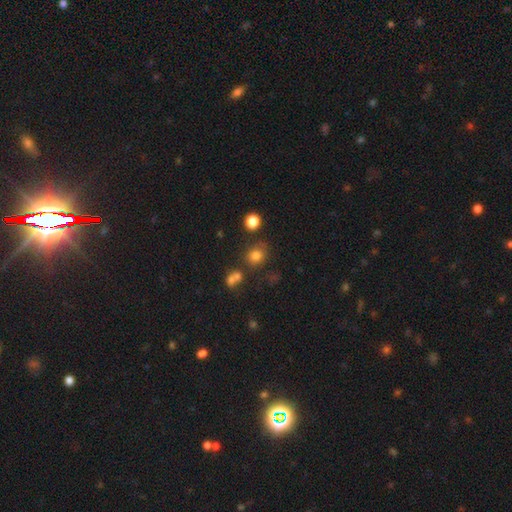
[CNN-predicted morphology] This is likely a smooth galaxy (77%). How rounded: likely round (76%). Merging: likely none (72%).